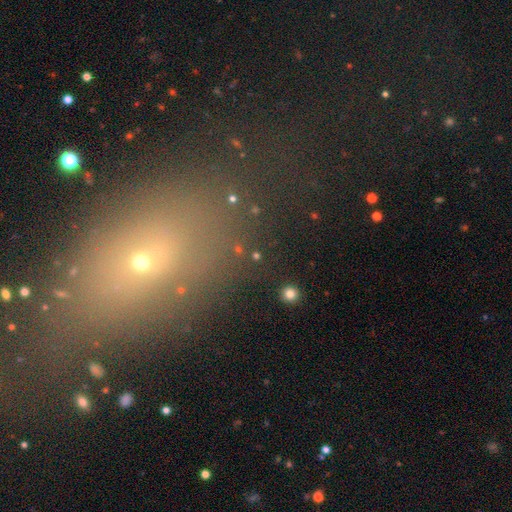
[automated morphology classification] This appears to be a star or artifact, not a galaxy (45%).